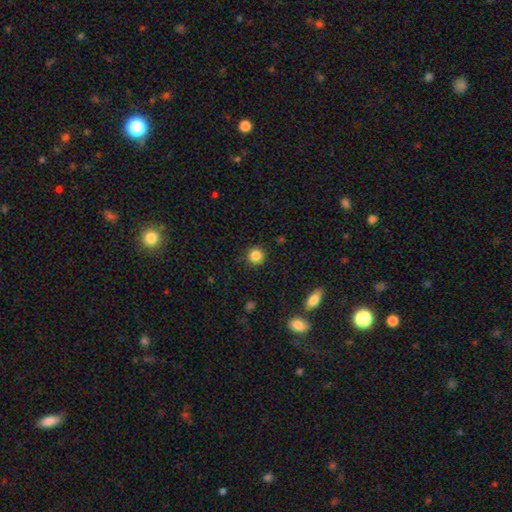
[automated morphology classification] smooth_or_featured: smooth (p=0.85) [alt: star or artifact p=0.11]
how_rounded: round (p=0.94) [alt: in between p=0.05]
merging: none (p=0.89) [alt: minor disturbance p=0.07]